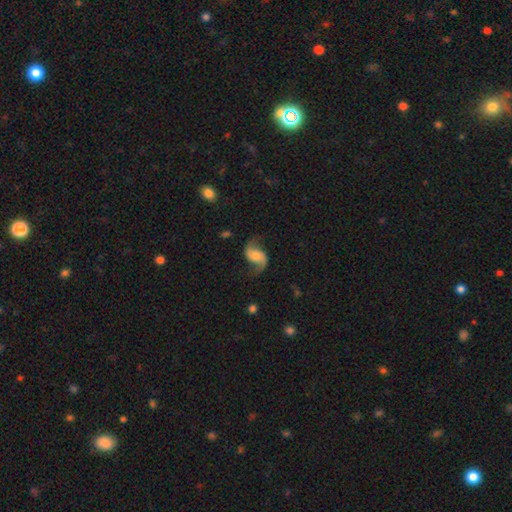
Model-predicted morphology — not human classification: Q: Smooth or featured?
A: featured or disk (79%); runner-up: smooth (14%)
Q: Edge-on disk?
A: no (97%); runner-up: yes (3%)
Q: Bar?
A: no (56%); runner-up: weak (32%)
Q: Spiral arms?
A: yes (95%); runner-up: no (5%)
Q: Spiral winding?
A: loose (74%); runner-up: medium (21%)
Q: Spiral arm count?
A: 2 (91%); runner-up: 1 (4%)
Q: Bulge size?
A: moderate (43%); runner-up: small (40%)
Q: Merging?
A: none (70%); runner-up: minor disturbance (17%)